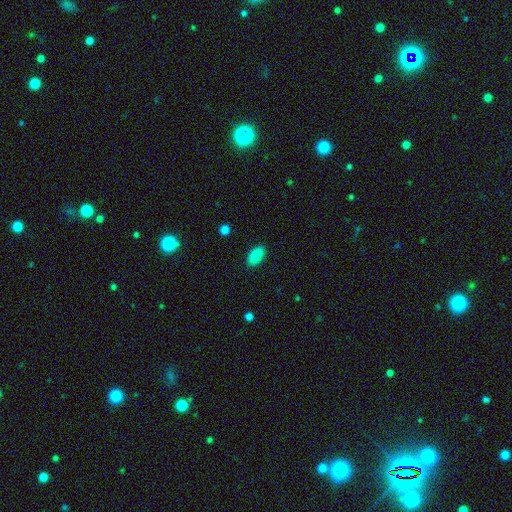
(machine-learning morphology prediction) Smooth or featured? smooth (89%)
How rounded? in between (94%)
Merging? none (88%)